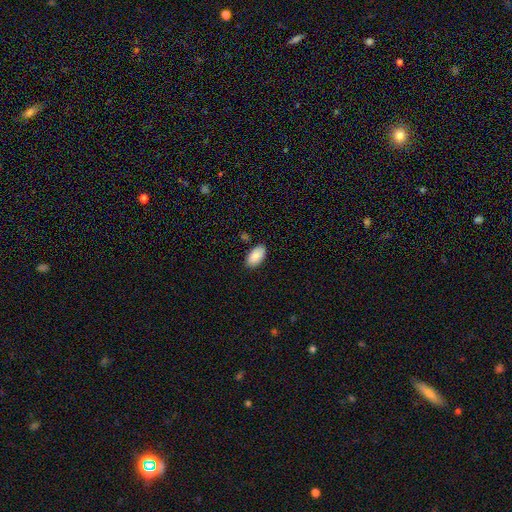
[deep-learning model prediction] The model was most divided on "merging": none: 84%, minor disturbance: 11%, merger: 2%, major disturbance: 2%. More confident: how rounded — in between (95%); smooth or featured — smooth (87%).